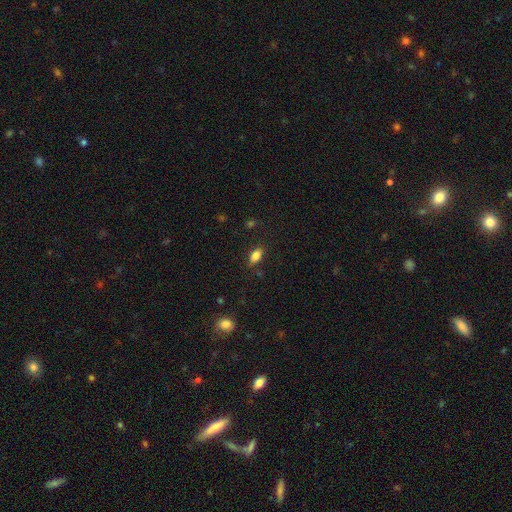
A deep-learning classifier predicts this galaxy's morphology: A smooth galaxy with no disk features (78%) that is in between round and cigar-shaped (85%).

Vote fractions:
- Smooth or featured? smooth: 78% / featured or disk: 12% / star or artifact: 10%
- How rounded? in between: 85% / round: 8% / cigar-shaped: 7%
- Merging? none: 82% / minor disturbance: 13% / major disturbance: 3% / merger: 2%